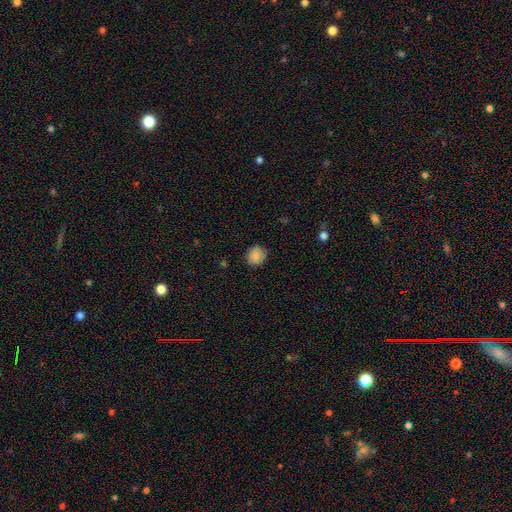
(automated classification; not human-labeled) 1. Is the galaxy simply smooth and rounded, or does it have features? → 86% smooth, 8% star or artifact, 5% featured or disk.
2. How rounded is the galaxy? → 73% round, 26% in between, 1% cigar-shaped.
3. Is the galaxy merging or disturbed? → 81% none, 15% minor disturbance, 3% major disturbance, 1% merger.